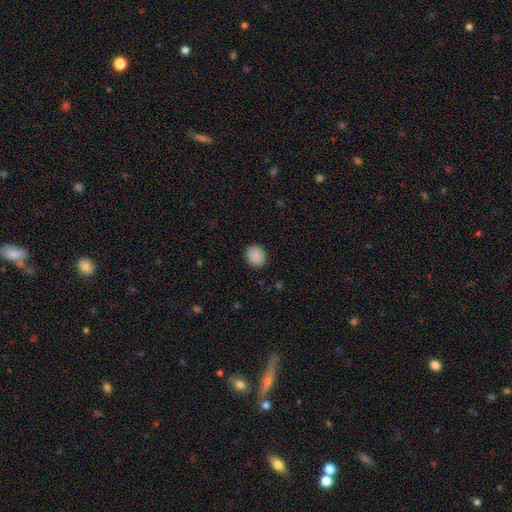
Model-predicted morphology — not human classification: smooth 89%, star or artifact 8%, featured or disk 3%. Down the decision tree: how rounded — round (77%); merging — none (91%).